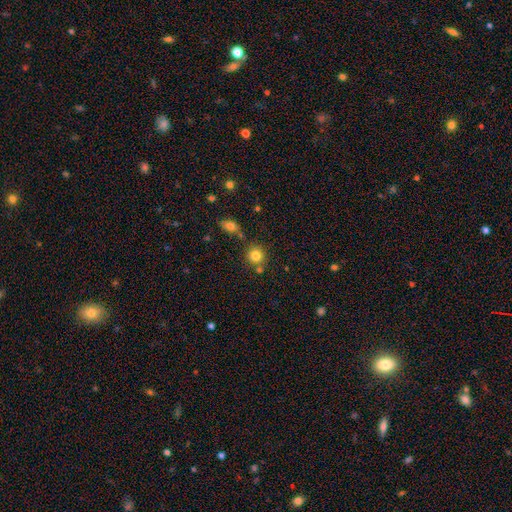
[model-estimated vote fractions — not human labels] Smooth or featured? smooth (82%)
How rounded? round (91%)
Merging? none (76%)